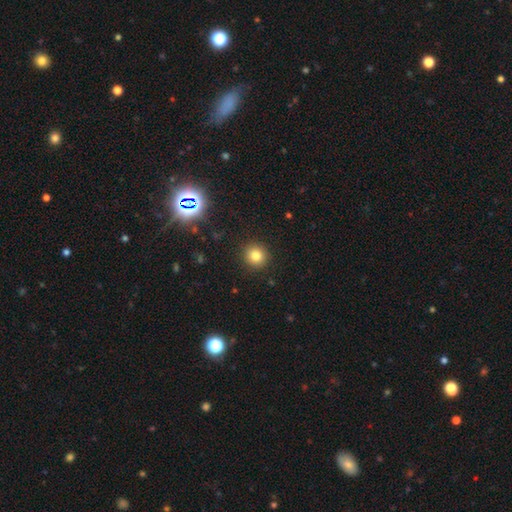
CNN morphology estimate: A smooth galaxy with no disk features (81%) that is round (92%).

Vote fractions:
- Smooth or featured? smooth: 81% / star or artifact: 13% / featured or disk: 6%
- How rounded? round: 92% / in between: 7% / cigar-shaped: 1%
- Merging? none: 91% / minor disturbance: 6% / major disturbance: 2% / merger: 1%